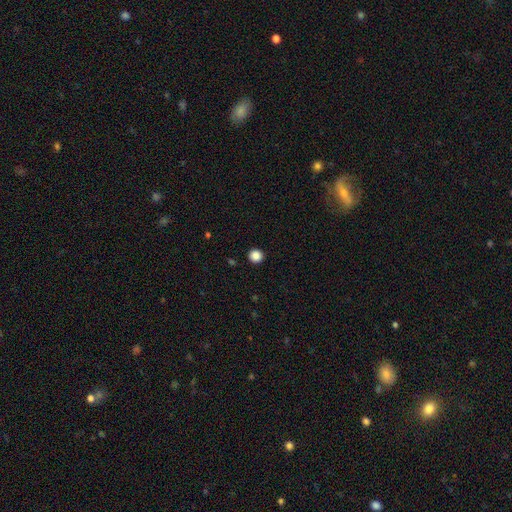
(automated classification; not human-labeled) Smooth or featured? smooth (87%)
How rounded? round (93%)
Merging? none (93%)